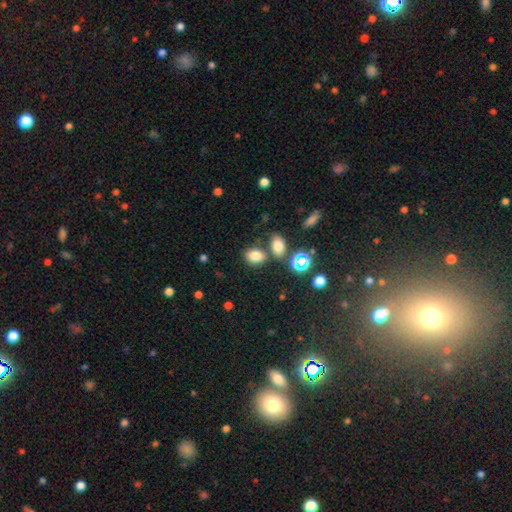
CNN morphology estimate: A smooth galaxy with no disk features (78%) that is in between round and cigar-shaped (66%).

Vote fractions:
- Smooth or featured? smooth: 78% / star or artifact: 15% / featured or disk: 7%
- How rounded? in between: 66% / round: 33% / cigar-shaped: 1%
- Merging? none: 65% / merger: 18% / minor disturbance: 13% / major disturbance: 5%